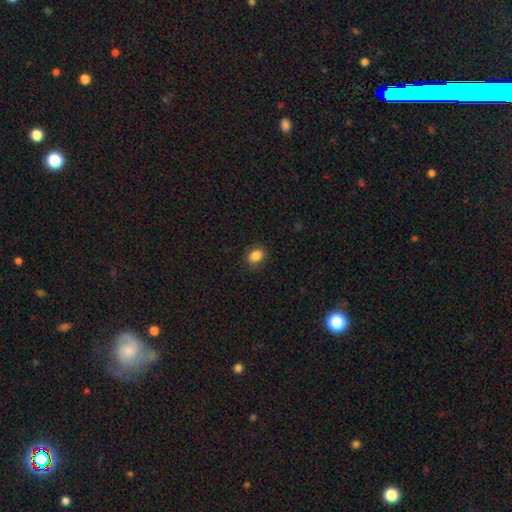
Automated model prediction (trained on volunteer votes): Overall: smooth (86%). How rounded: in between (63%; round 36%). Merging: none (82%).